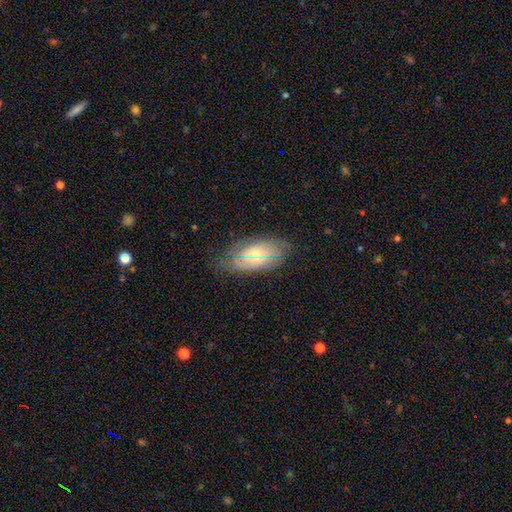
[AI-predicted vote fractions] Smooth or featured? Predicted: smooth (p=0.47). Merging? Predicted: none (p=0.75).